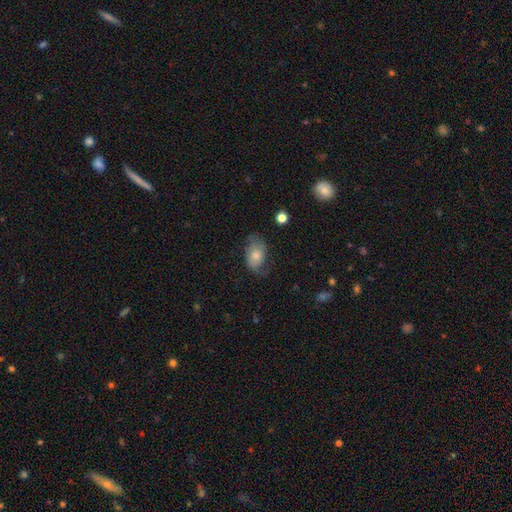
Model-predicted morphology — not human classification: Overall: smooth (70%). How rounded: in between (89%). Merging: none (53%; minor disturbance 31%).